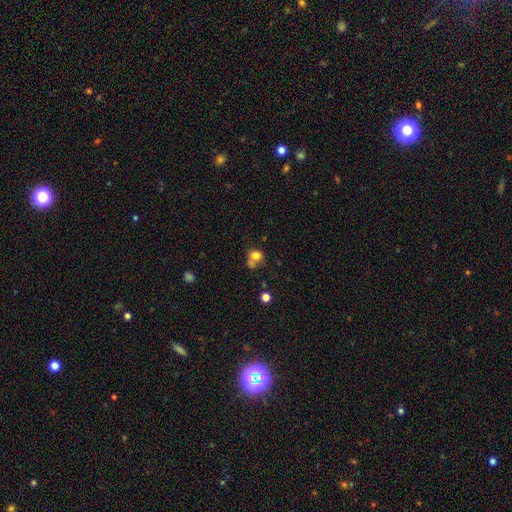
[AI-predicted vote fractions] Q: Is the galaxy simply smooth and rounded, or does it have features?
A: smooth — 76%.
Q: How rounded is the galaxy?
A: round — 67%.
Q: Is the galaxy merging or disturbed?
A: none — 40%.